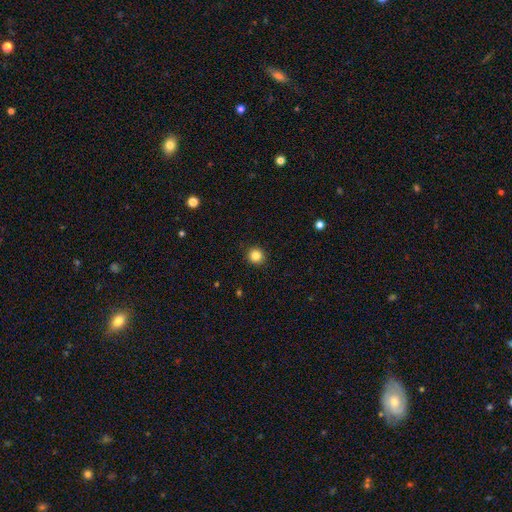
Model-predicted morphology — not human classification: This is clearly a smooth galaxy (85%). How rounded: clearly round (93%). Merging: clearly none (92%).